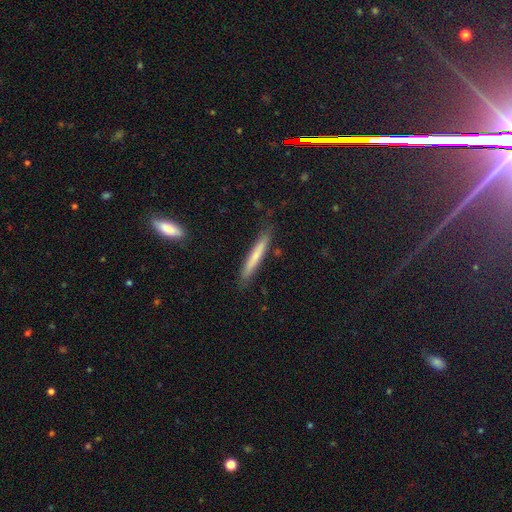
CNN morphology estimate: This appears to be a smooth galaxy with no disk features (64%) that is cigar-shaped (95%). Merging: none (83%).